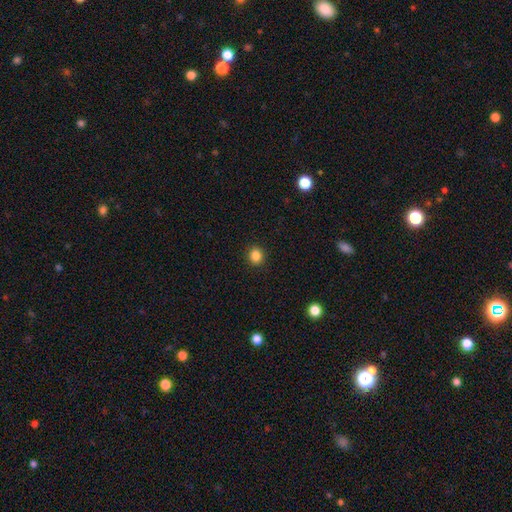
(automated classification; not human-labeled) Smooth or featured? smooth (85%)
How rounded? round (79%)
Merging? none (92%)